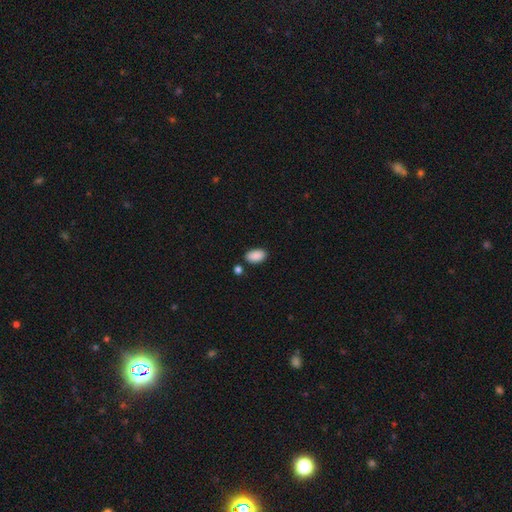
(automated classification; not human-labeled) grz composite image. It shows a smooth galaxy with no disk features (89%) that is in between round and cigar-shaped (93%). Merging: none (81%).